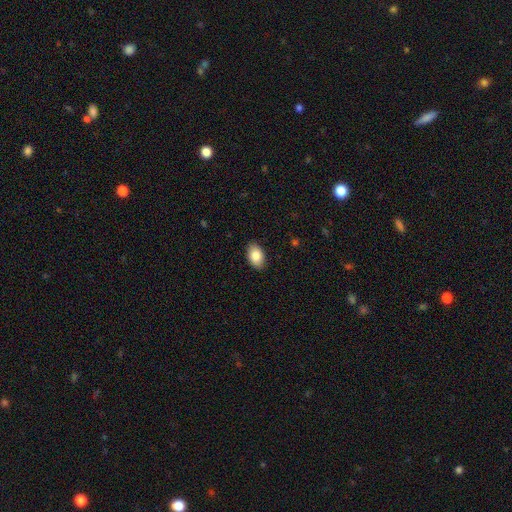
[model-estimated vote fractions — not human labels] Smooth or featured? smooth (85%)
How rounded? in between (92%)
Merging? none (88%)